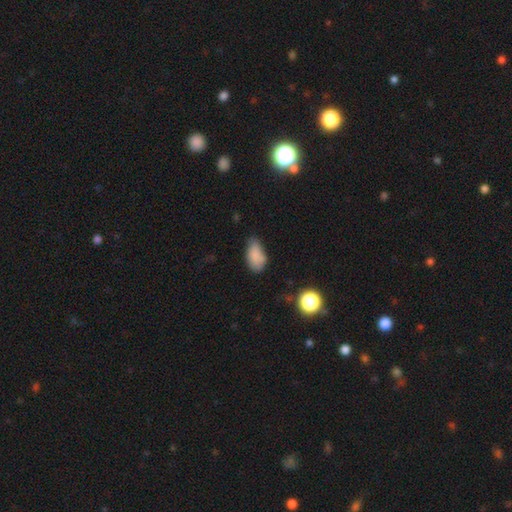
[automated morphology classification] A smooth galaxy with no disk features (82%) that is in between round and cigar-shaped (92%).

Vote fractions:
- Smooth or featured? smooth: 82% / star or artifact: 10% / featured or disk: 8%
- How rounded? in between: 92% / round: 5% / cigar-shaped: 3%
- Merging? none: 48% / minor disturbance: 40% / major disturbance: 9% / merger: 3%